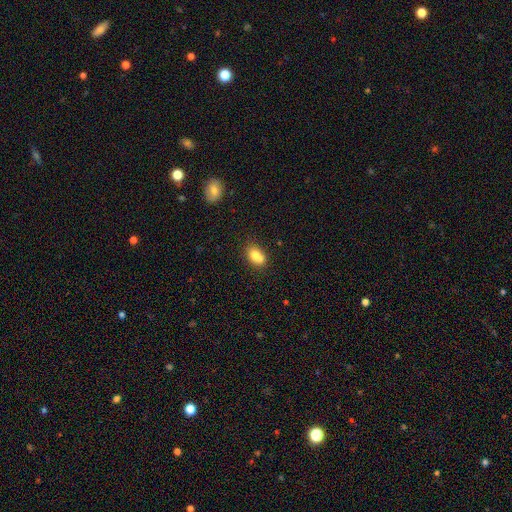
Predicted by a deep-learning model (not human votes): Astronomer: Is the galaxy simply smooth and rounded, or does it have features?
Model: smooth — 73%.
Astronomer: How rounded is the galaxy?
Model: in between — 58% (runner-up: round, 40%).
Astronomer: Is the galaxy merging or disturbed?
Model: merger — 50% (runner-up: none, 35%).